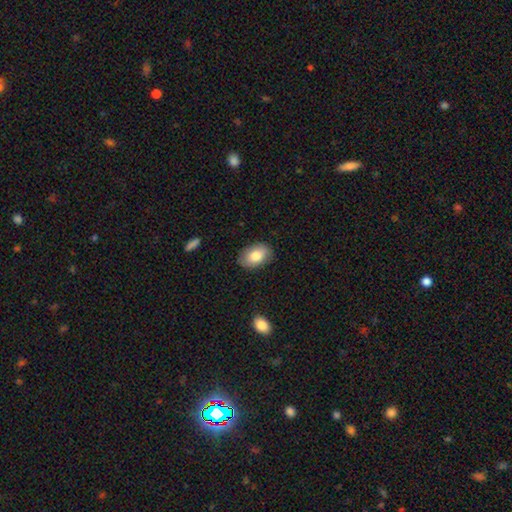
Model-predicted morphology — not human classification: Smooth or featured?
  - smooth: 80% *
  - featured or disk: 13%
  - star or artifact: 7%
How rounded?
  - in between: 89% *
  - round: 10%
  - cigar-shaped: 1%
Merging?
  - none: 85% *
  - minor disturbance: 12%
  - major disturbance: 2%
  - merger: 1%